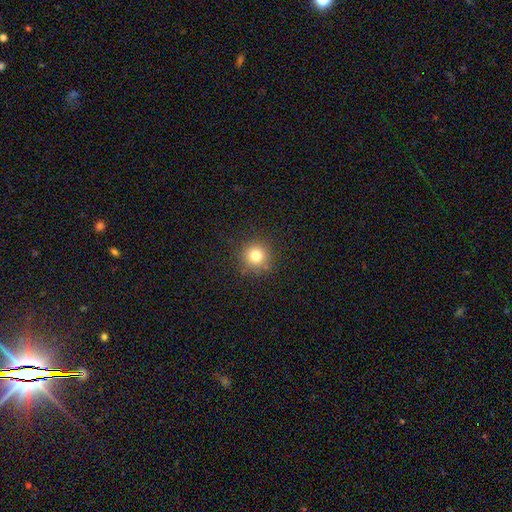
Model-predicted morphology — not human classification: A smooth galaxy with no disk features (80%) that is round (94%). Merging: none (89%).